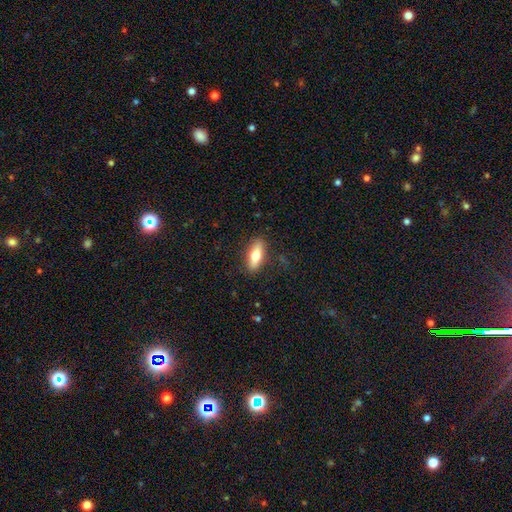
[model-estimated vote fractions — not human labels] Q: Smooth or featured?
A: smooth (69%); runner-up: featured or disk (24%)
Q: How rounded?
A: in between (62%); runner-up: cigar-shaped (36%)
Q: Merging?
A: none (87%); runner-up: minor disturbance (9%)